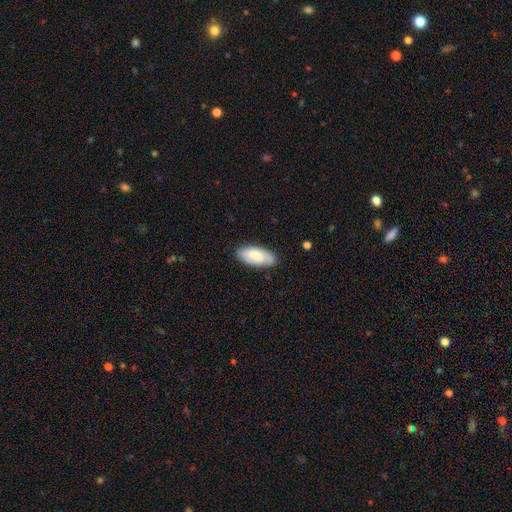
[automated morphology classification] Q: Smooth or featured?
A: smooth (75%); runner-up: featured or disk (20%)
Q: How rounded?
A: in between (90%); runner-up: cigar-shaped (8%)
Q: Merging?
A: none (83%); runner-up: minor disturbance (14%)